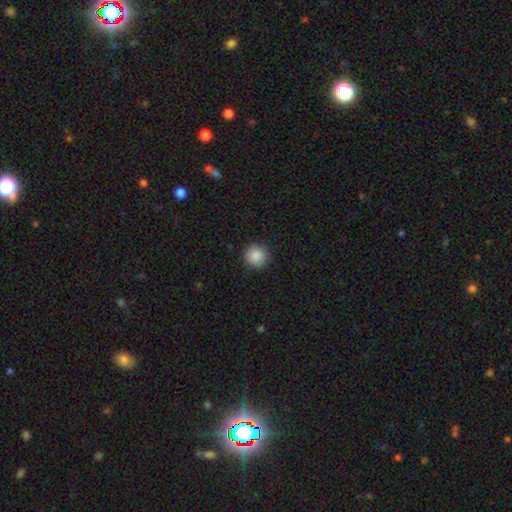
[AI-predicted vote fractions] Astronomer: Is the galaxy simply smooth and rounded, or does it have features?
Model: smooth — 89%.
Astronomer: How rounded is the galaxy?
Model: round — 95%.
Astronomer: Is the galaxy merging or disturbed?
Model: none — 91%.